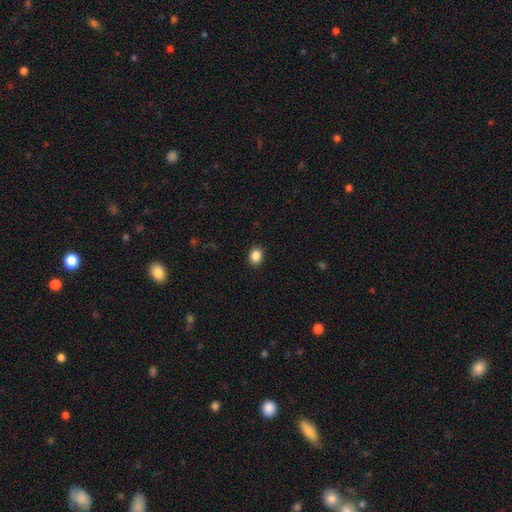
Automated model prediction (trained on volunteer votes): smooth-or-featured: smooth: 87% | star or artifact: 9% | featured or disk: 3%
  how-rounded: in between: 54% | round: 45% | cigar-shaped: 1%
  merging: none: 91% | minor disturbance: 6% | major disturbance: 2% | merger: 1%